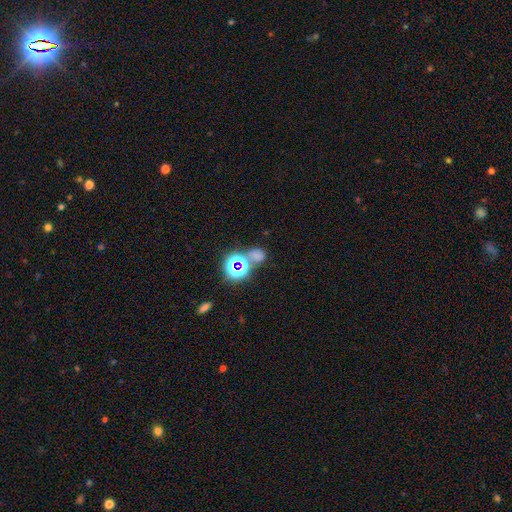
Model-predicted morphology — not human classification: A smooth galaxy with no disk features (48%). Merging: none (53%).